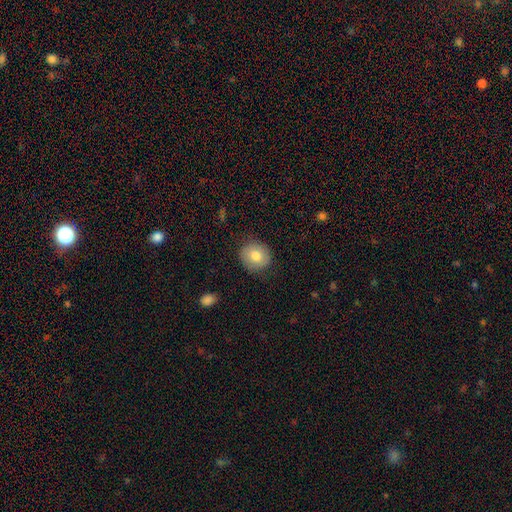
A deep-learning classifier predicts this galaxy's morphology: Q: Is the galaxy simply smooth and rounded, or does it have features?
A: smooth — 76%.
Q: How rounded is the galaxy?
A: round — 77%.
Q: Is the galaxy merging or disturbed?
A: none — 84%.